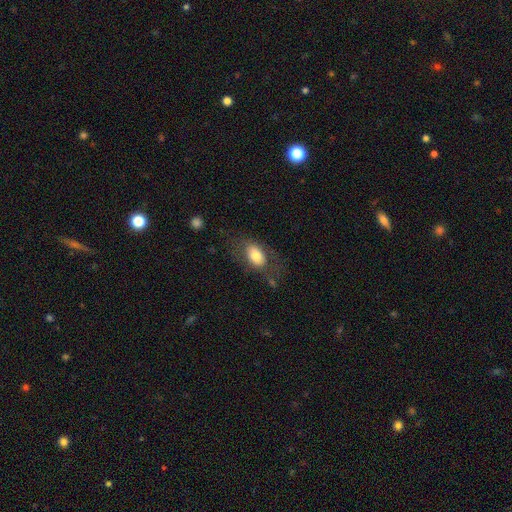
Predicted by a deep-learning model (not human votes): A smooth galaxy with no disk features (74%) that is in between round and cigar-shaped (89%).

Vote fractions:
- Smooth or featured? smooth: 74% / featured or disk: 19% / star or artifact: 7%
- How rounded? in between: 89% / round: 9% / cigar-shaped: 2%
- Merging? none: 63% / minor disturbance: 19% / major disturbance: 15% / merger: 3%